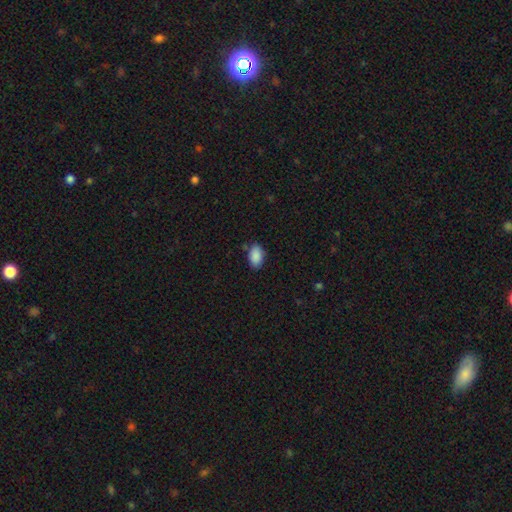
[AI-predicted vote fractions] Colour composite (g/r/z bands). It shows a smooth galaxy with no disk features (89%) that is in between round and cigar-shaped (92%). Merging: none (81%).